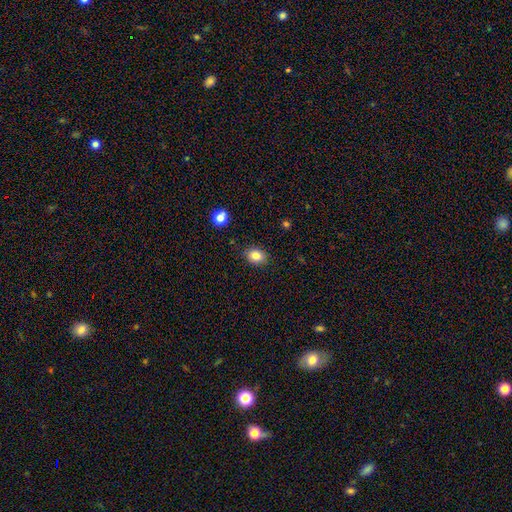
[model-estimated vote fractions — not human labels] The model was most divided on "how rounded": in between: 53%, round: 46%, cigar-shaped: 1%. More confident: merging — none (87%); smooth or featured — smooth (82%).